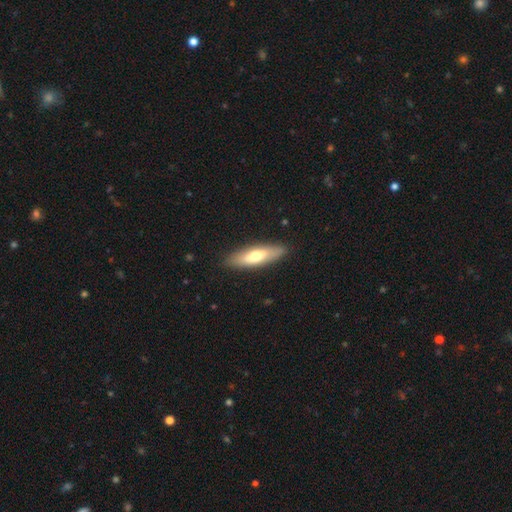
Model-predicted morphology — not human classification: Q: Smooth or featured?
A: smooth (61%); runner-up: featured or disk (34%)
Q: How rounded?
A: cigar-shaped (56%); runner-up: in between (42%)
Q: Merging?
A: none (87%); runner-up: minor disturbance (10%)